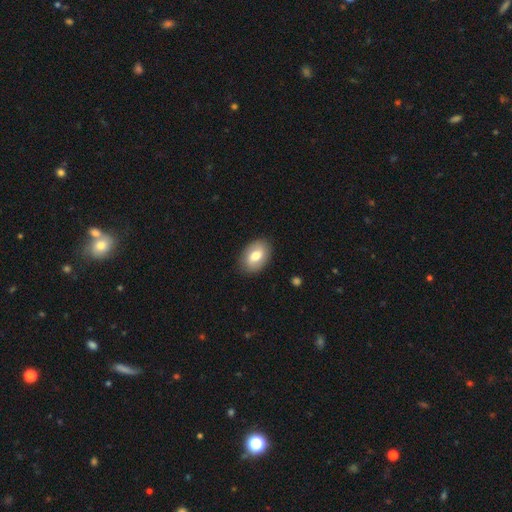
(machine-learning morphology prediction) This appears to be a smooth galaxy with no disk features (70%) that is in between round and cigar-shaped (84%). Merging: none (87%).